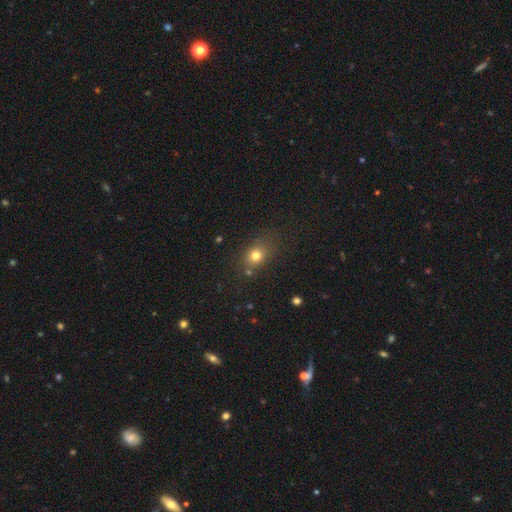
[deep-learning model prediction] Morphology: type=smooth (76%); roundness=round (51%); merging=none (73%).